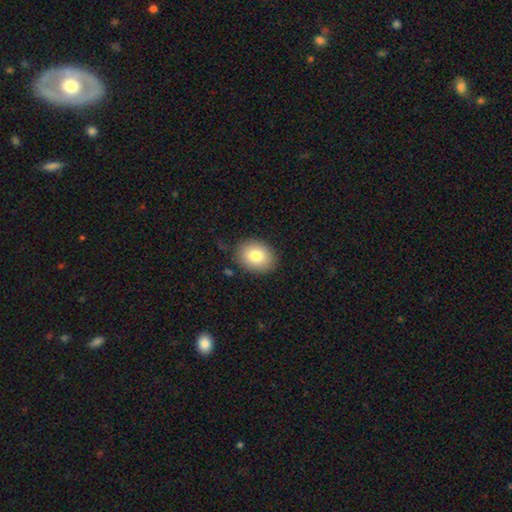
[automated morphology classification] A smooth galaxy with no disk features (81%) that is in between round and cigar-shaped (51%). Merging: none (85%).